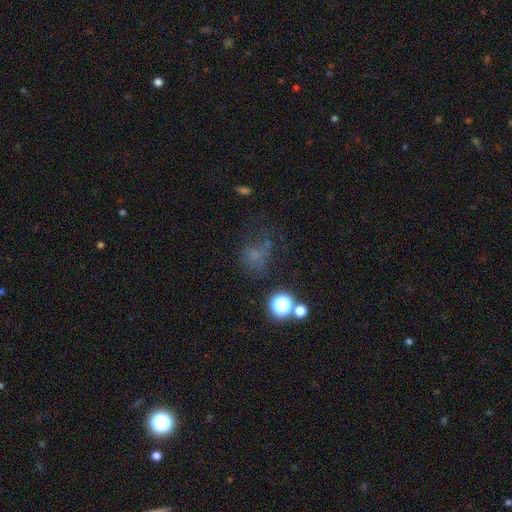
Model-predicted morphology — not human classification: smooth_or_featured: smooth (p=0.49) [alt: star or artifact p=0.31]
merging: none (p=0.47) [alt: major disturbance p=0.24]